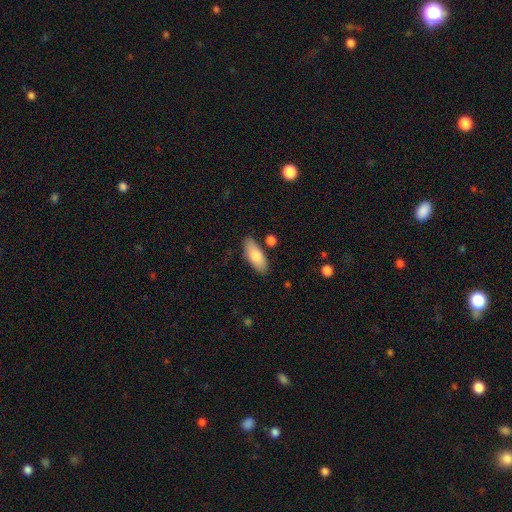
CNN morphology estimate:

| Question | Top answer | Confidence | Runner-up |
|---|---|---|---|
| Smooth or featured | smooth | 80% | featured or disk (14%) |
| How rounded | in between | 80% | cigar-shaped (18%) |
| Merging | none | 81% | minor disturbance (12%) |